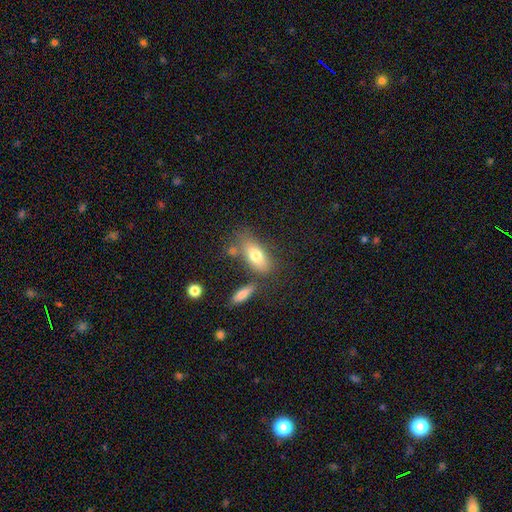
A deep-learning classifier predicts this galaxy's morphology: Smooth or featured? smooth (74%)
How rounded? in between (82%)
Merging? none (61%)